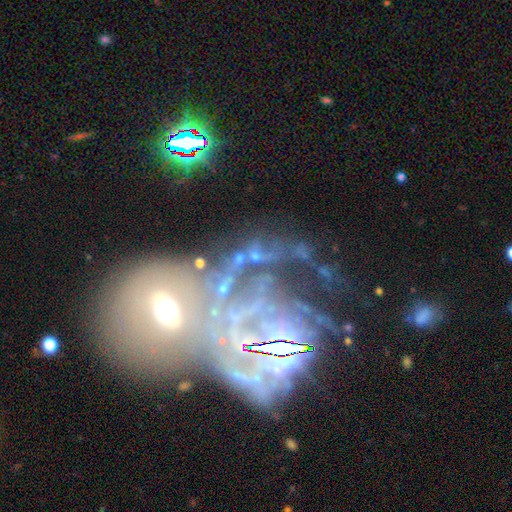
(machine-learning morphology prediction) smooth-or-featured: featured or disk: 54% | star or artifact: 29% | smooth: 17%
  disk-edge-on: no: 92% | yes: 8%
  merging: none: 45% | major disturbance: 24% | minor disturbance: 17% | merger: 14%